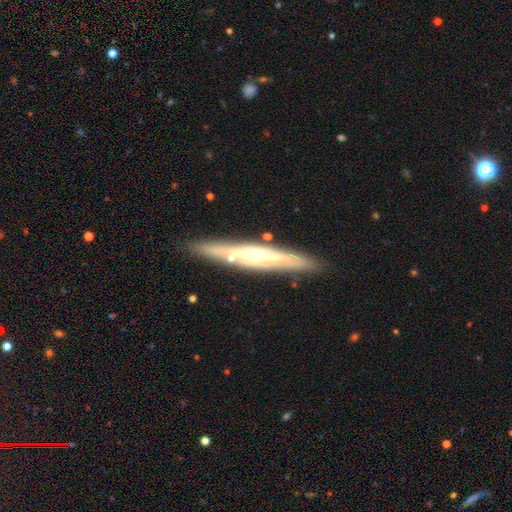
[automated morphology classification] This is likely a featured or disk galaxy (75%). It is clearly viewed edge-on (88%). Edge-on bulge: likely rounded (72%). Merging: clearly none (85%).